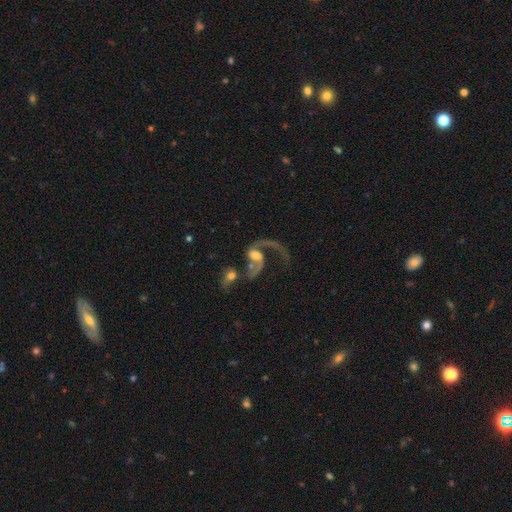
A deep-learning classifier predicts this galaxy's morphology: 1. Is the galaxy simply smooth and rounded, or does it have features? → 77% featured or disk, 14% smooth, 8% star or artifact.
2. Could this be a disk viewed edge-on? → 97% no, 3% yes.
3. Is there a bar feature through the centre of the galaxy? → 51% no, 37% weak, 12% strong.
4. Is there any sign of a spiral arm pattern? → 88% yes, 12% no.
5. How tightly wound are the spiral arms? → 79% loose, 18% medium, 4% tight.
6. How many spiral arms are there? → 50% 2, 44% 1, 3% can't tell, 1% 3, 1% 4, 1% more than 4.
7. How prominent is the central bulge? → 48% moderate, 25% small, 15% large, 9% none, 2% dominant.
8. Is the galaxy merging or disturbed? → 52% merger, 24% major disturbance, 17% none, 7% minor disturbance.